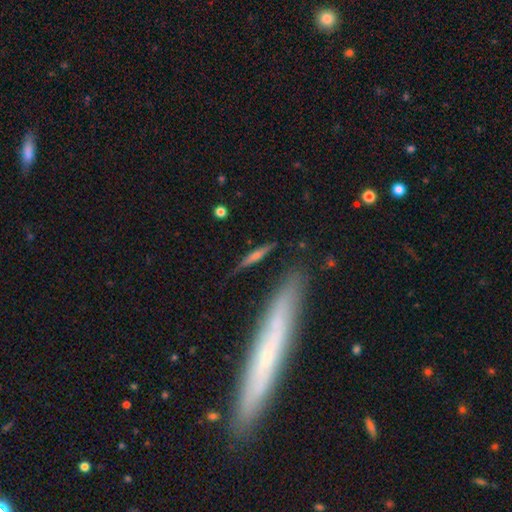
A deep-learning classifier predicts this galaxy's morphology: Overall: featured or disk (50%; smooth 40%). Merging: none (79%).